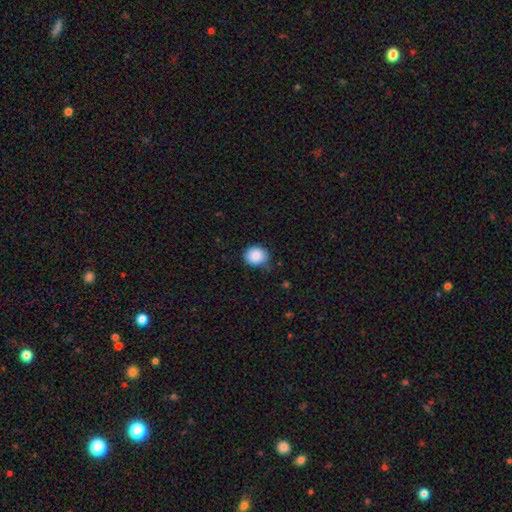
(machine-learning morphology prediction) The model was most divided on "merging": none: 72%, minor disturbance: 23%, major disturbance: 4%, merger: 1%. More confident: smooth or featured — smooth (87%); how rounded — round (77%).